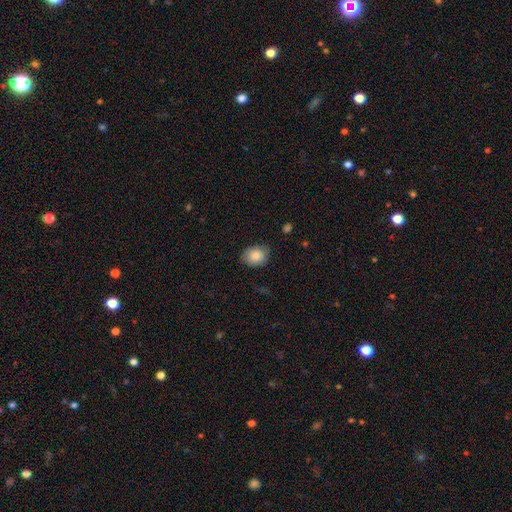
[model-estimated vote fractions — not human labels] Q: Smooth or featured?
A: smooth (87%); runner-up: star or artifact (7%)
Q: How rounded?
A: in between (59%); runner-up: round (40%)
Q: Merging?
A: none (76%); runner-up: minor disturbance (19%)